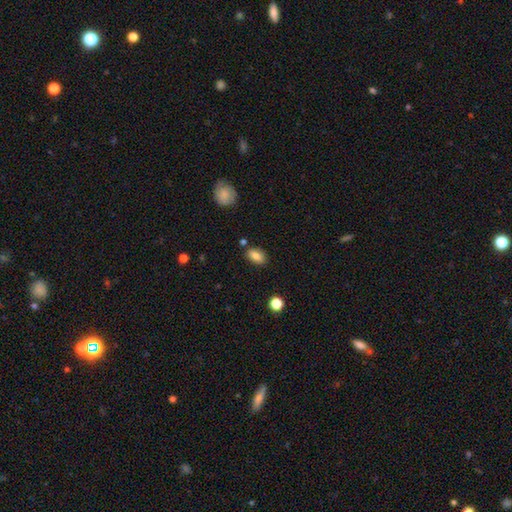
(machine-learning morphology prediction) Smooth or featured? Predicted: smooth (p=0.83). How rounded? Predicted: in between (p=0.86). Merging? Predicted: none (p=0.82).